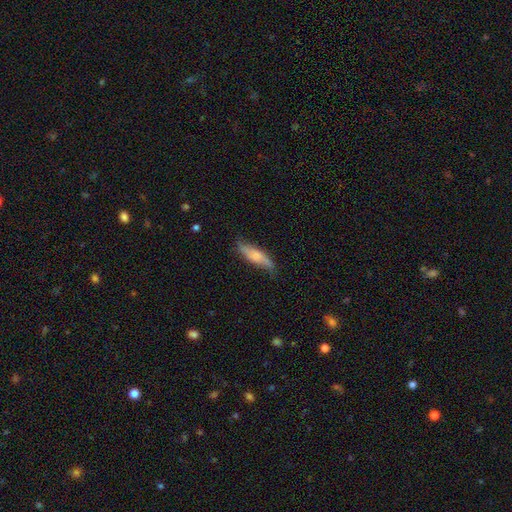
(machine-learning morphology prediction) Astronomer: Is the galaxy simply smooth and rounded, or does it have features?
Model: smooth — 60%.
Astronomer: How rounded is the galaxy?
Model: cigar-shaped — 67%.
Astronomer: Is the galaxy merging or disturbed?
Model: none — 66%.